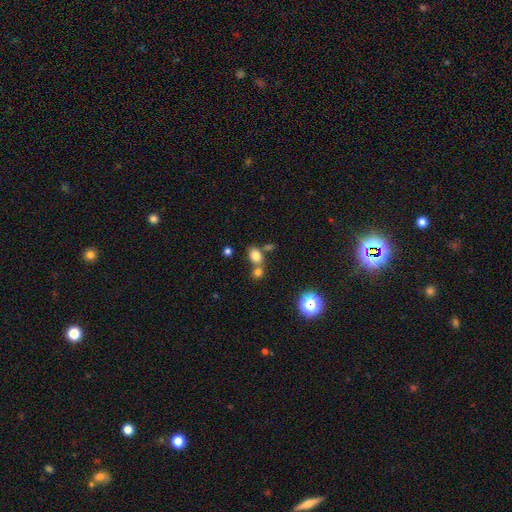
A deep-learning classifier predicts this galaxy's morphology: The model was most divided on "how rounded": in between: 54%, round: 44%, cigar-shaped: 1%. More confident: smooth or featured — smooth (78%); merging — none (53%).